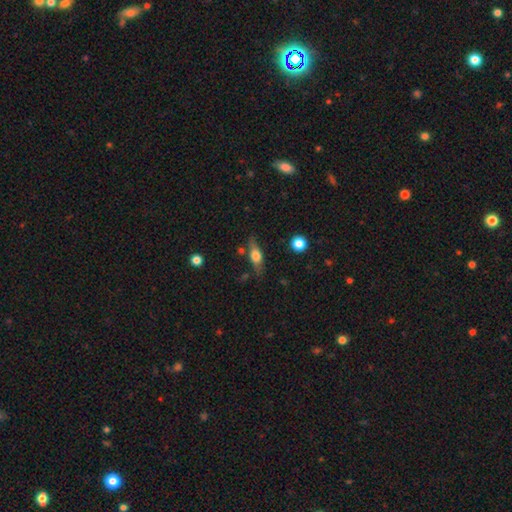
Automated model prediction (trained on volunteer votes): The model was most divided on "smooth or featured": smooth: 54%, featured or disk: 39%, star or artifact: 8%. More confident: merging — none (72%); how rounded — in between (58%).